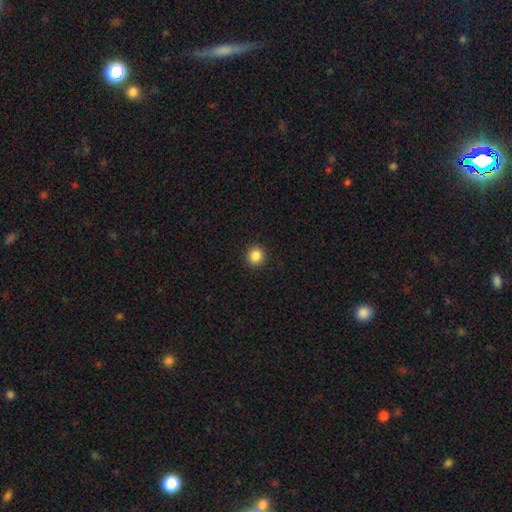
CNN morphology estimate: A smooth galaxy with no disk features (86%) that is round (91%).

Vote fractions:
- Smooth or featured? smooth: 86% / star or artifact: 10% / featured or disk: 3%
- How rounded? round: 91% / in between: 8% / cigar-shaped: 1%
- Merging? none: 93% / minor disturbance: 5% / major disturbance: 2% / merger: 1%